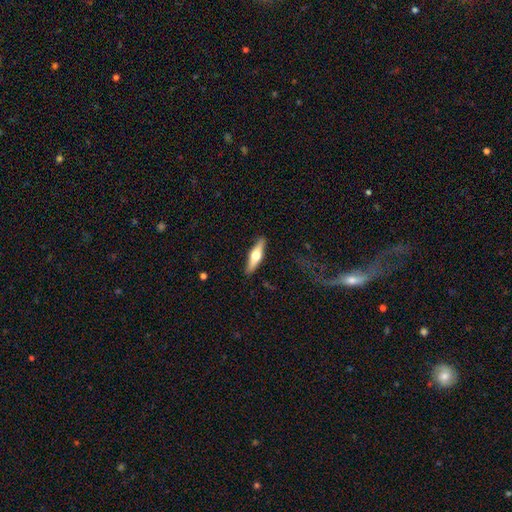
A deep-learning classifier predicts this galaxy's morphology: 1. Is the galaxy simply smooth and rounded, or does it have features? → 55% featured or disk, 40% smooth, 5% star or artifact.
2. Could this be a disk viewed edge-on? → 94% yes, 6% no.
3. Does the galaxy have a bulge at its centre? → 95% rounded, 3% boxy, 2% none.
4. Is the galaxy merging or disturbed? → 89% none, 8% minor disturbance, 2% major disturbance, 1% merger.